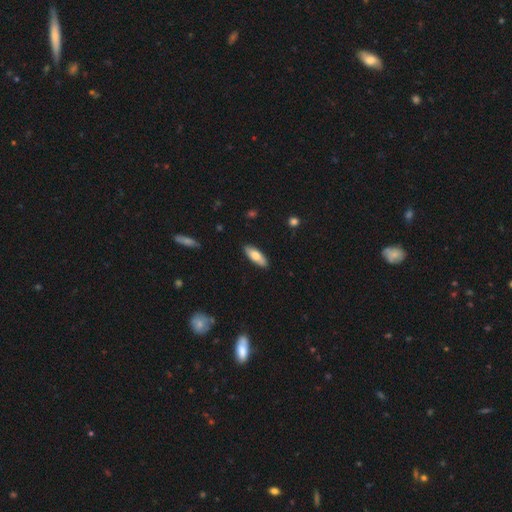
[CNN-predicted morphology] Smooth or featured?
  - smooth: 76% *
  - featured or disk: 19%
  - star or artifact: 6%
How rounded?
  - in between: 69% *
  - cigar-shaped: 30%
  - round: 2%
Merging?
  - none: 88% *
  - minor disturbance: 9%
  - major disturbance: 2%
  - merger: 1%